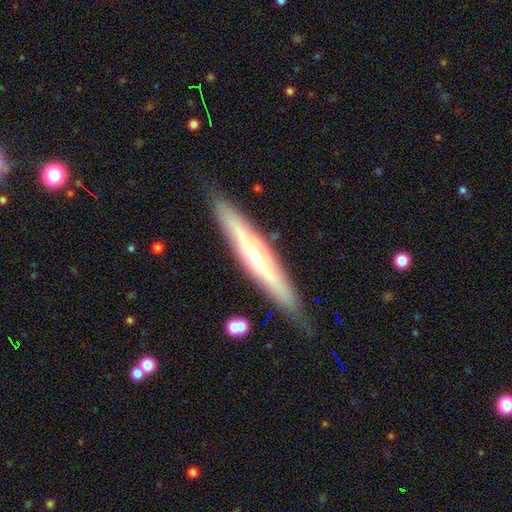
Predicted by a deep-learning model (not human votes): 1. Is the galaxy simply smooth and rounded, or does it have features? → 66% featured or disk, 28% smooth, 6% star or artifact.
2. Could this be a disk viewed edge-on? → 85% yes, 15% no.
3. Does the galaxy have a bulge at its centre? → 77% rounded, 19% none, 4% boxy.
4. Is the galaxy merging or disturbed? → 85% none, 11% minor disturbance, 2% major disturbance, 2% merger.